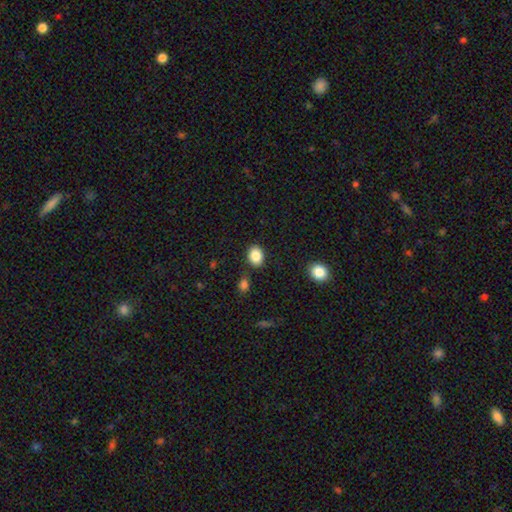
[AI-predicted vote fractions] Smooth or featured?
  - smooth: 87% *
  - star or artifact: 9%
  - featured or disk: 4%
How rounded?
  - in between: 59% *
  - round: 40%
  - cigar-shaped: 1%
Merging?
  - none: 83% *
  - minor disturbance: 10%
  - merger: 4%
  - major disturbance: 3%